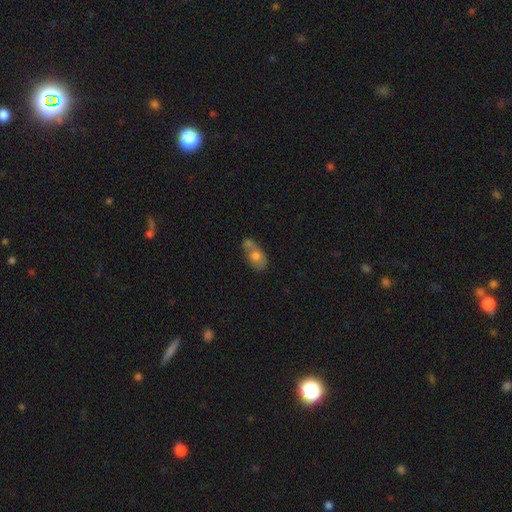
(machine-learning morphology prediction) smooth-or-featured: smooth: 68% | featured or disk: 24% | star or artifact: 8%
  how-rounded: in between: 79% | round: 17% | cigar-shaped: 5%
  merging: merger: 50% | none: 27% | minor disturbance: 15% | major disturbance: 7%